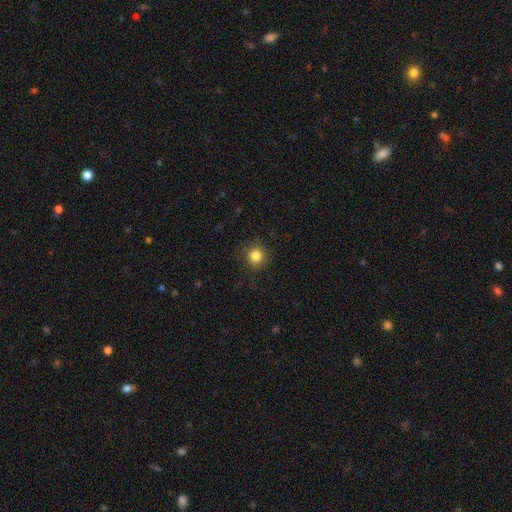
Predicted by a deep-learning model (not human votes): Smooth or featured: smooth — 83% (star or artifact — 12%)
How rounded: round — 94% (in between — 5%)
Merging: none — 89% (minor disturbance — 7%)